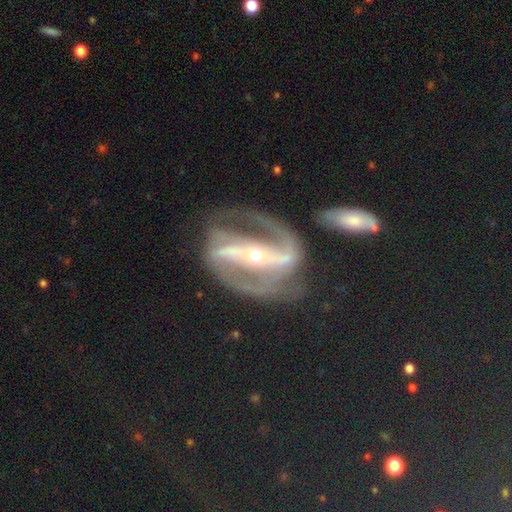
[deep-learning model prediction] featured or disk 91%, star or artifact 6%, smooth 4%. Down the decision tree: edge-on disk — no (95%); bar — strong (78%); spiral arms — yes (96%); spiral arm count — 2 (92%); spiral winding — medium (54%); bulge size — small (67%); merging — none (65%).